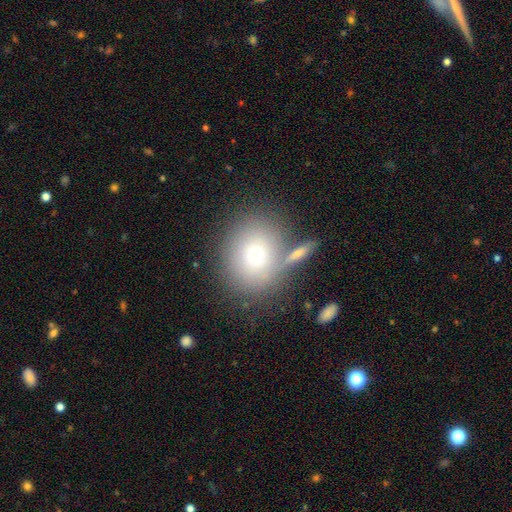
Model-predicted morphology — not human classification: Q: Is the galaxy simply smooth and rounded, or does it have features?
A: smooth — 67%.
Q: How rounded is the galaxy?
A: round — 75%.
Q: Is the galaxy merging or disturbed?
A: none — 69%.